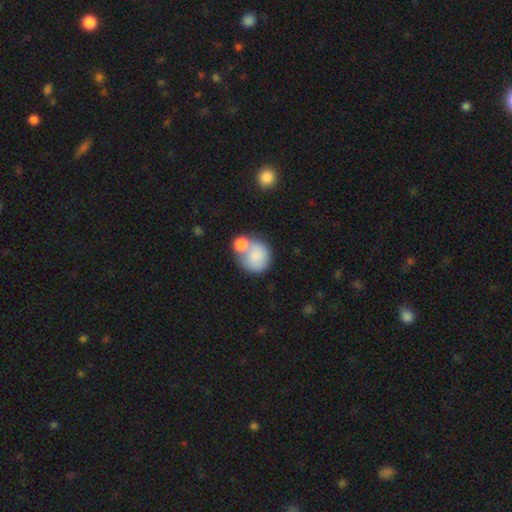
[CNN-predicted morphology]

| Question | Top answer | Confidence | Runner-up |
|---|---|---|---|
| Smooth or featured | smooth | 80% | featured or disk (12%) |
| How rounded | round | 82% | in between (17%) |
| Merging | merger | 43% | none (38%) |